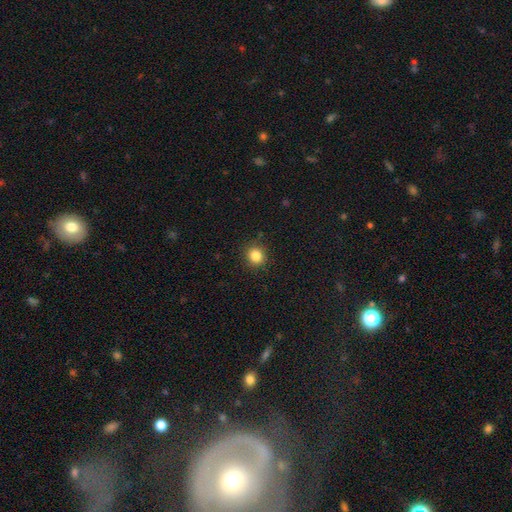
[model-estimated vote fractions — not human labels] The model was most divided on "how rounded": round: 84%, in between: 15%, cigar-shaped: 1%. More confident: merging — none (88%); smooth or featured — smooth (84%).